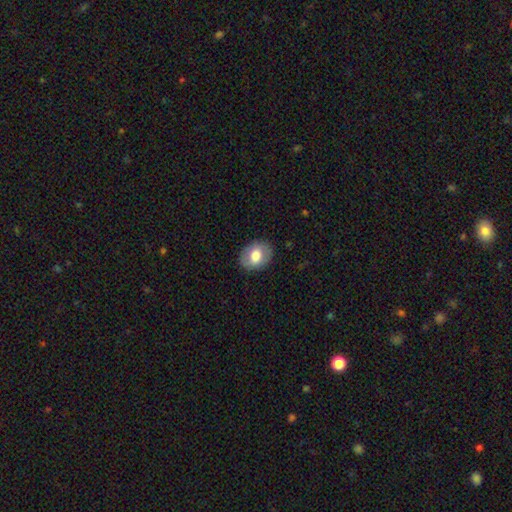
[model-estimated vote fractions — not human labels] Smooth or featured: smooth — 66% (featured or disk — 27%)
How rounded: in between — 68% (round — 31%)
Merging: none — 85% (minor disturbance — 11%)